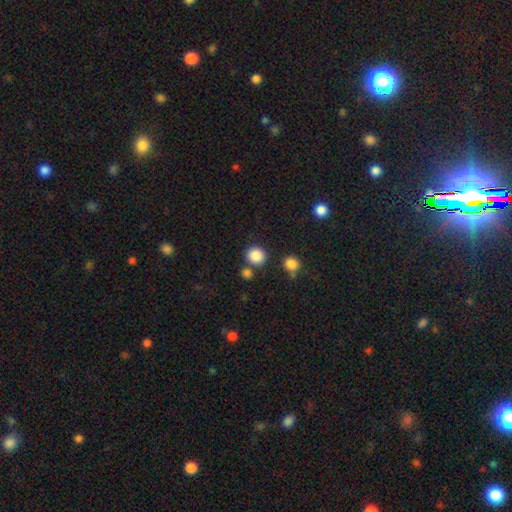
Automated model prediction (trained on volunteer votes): Smooth or featured? Predicted: smooth (p=0.86). How rounded? Predicted: round (p=0.87). Merging? Predicted: none (p=0.77).